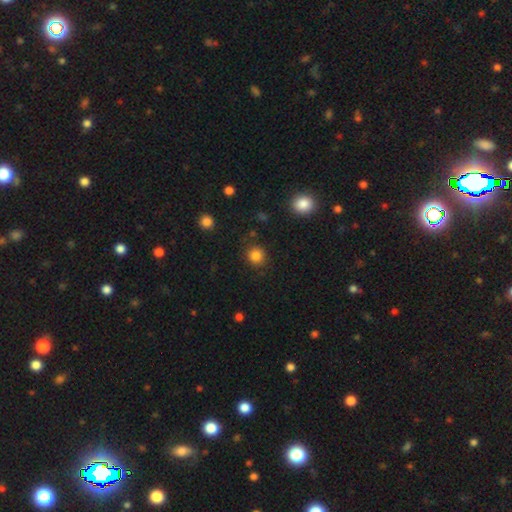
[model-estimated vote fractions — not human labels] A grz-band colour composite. It shows a smooth galaxy with no disk features (84%) that is round (88%). Merging: none (87%).